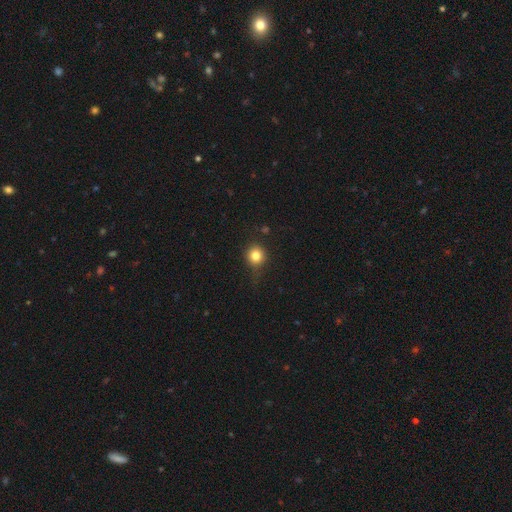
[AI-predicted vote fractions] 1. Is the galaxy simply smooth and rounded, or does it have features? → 81% smooth, 12% star or artifact, 7% featured or disk.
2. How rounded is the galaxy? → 90% round, 9% in between, 1% cigar-shaped.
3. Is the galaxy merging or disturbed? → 78% none, 16% minor disturbance, 5% major disturbance, 2% merger.